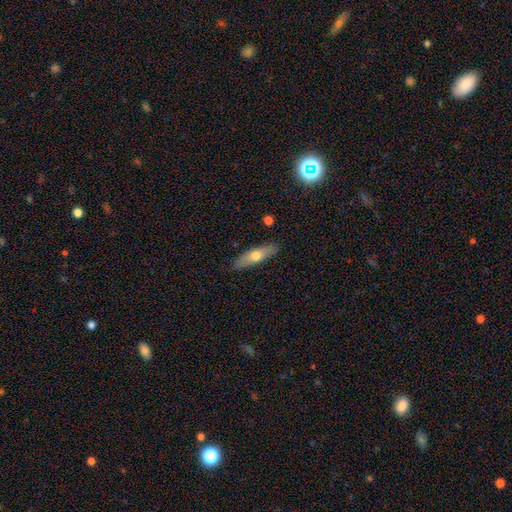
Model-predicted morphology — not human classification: type=smooth (57%); roundness=cigar-shaped (63%); merging=none (88%).